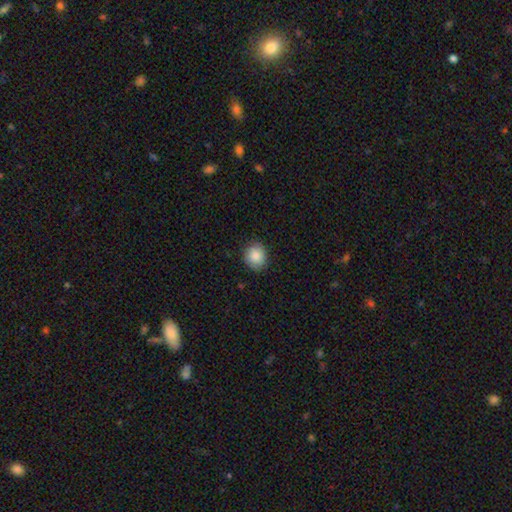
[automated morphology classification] smooth_or_featured: smooth (p=0.87) [alt: star or artifact p=0.07]
how_rounded: round (p=0.69) [alt: in between p=0.30]
merging: none (p=0.85) [alt: minor disturbance p=0.12]